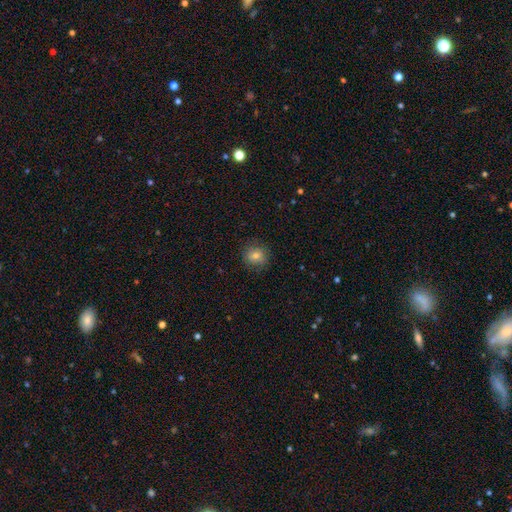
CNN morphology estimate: Smooth or featured? Predicted: smooth (p=0.77). How rounded? Predicted: round (p=0.85). Merging? Predicted: none (p=0.85).